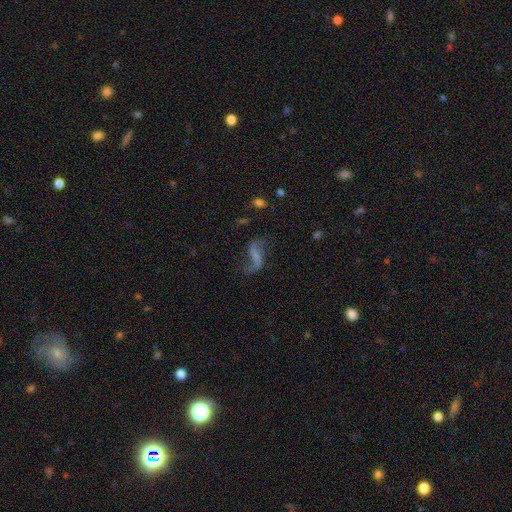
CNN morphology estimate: A featured or disk galaxy (78%) with a weak bar (39%), 2 (89%) loose (89%) spiral arms (90%) and no central bulge (45%). Merging: none (64%).